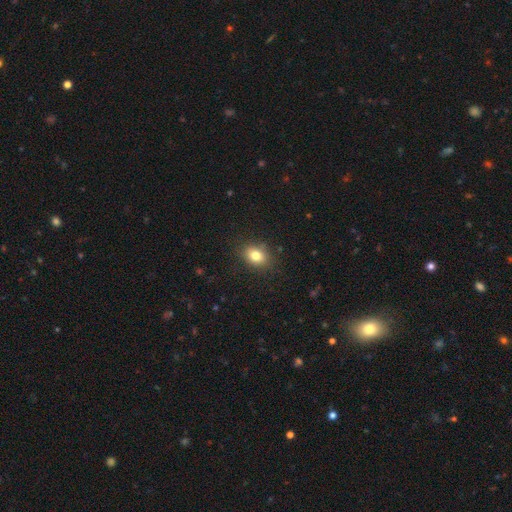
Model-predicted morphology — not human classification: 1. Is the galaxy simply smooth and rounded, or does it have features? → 81% smooth, 11% star or artifact, 8% featured or disk.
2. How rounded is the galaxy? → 63% in between, 36% round, 1% cigar-shaped.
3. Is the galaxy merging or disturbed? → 86% none, 10% minor disturbance, 3% major disturbance, 1% merger.